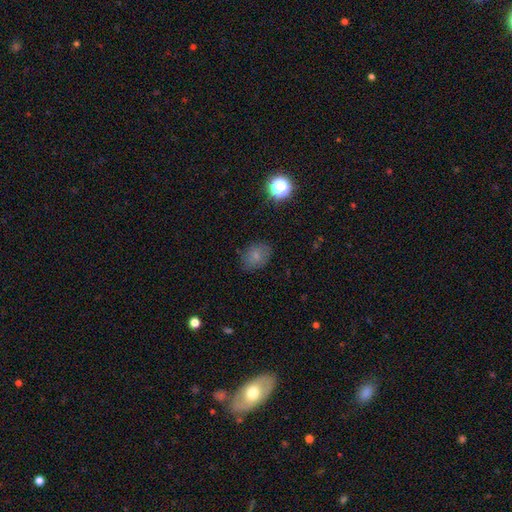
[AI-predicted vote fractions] smooth 75%, star or artifact 13%, featured or disk 12%. Down the decision tree: how rounded — in between (61%); merging — none (77%).